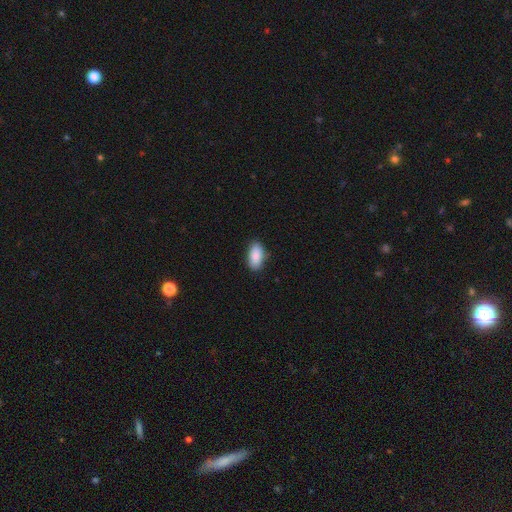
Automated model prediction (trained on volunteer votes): Smooth or featured? smooth (89%)
How rounded? in between (93%)
Merging? none (84%)